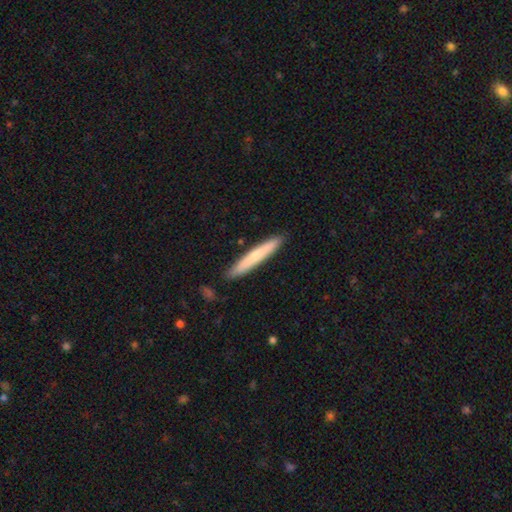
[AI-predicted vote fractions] A smooth galaxy with no disk features (67%) that is cigar-shaped (95%).

Vote fractions:
- Smooth or featured? smooth: 67% / featured or disk: 28% / star or artifact: 5%
- How rounded? cigar-shaped: 95% / in between: 4% / round: 1%
- Merging? none: 89% / minor disturbance: 8% / merger: 2% / major disturbance: 1%